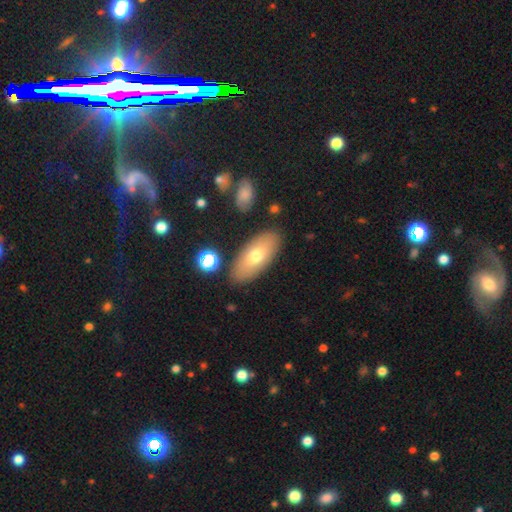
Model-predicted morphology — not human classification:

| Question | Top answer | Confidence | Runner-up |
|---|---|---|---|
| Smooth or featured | smooth | 68% | featured or disk (26%) |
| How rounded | in between | 87% | cigar-shaped (10%) |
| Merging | none | 84% | minor disturbance (10%) |